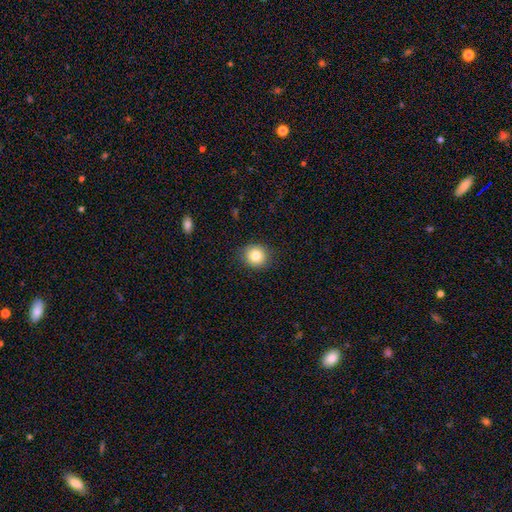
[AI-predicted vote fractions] Smooth or featured?
  - smooth: 81% *
  - star or artifact: 10%
  - featured or disk: 9%
How rounded?
  - round: 86% *
  - in between: 13%
  - cigar-shaped: 1%
Merging?
  - none: 89% *
  - minor disturbance: 7%
  - major disturbance: 2%
  - merger: 1%